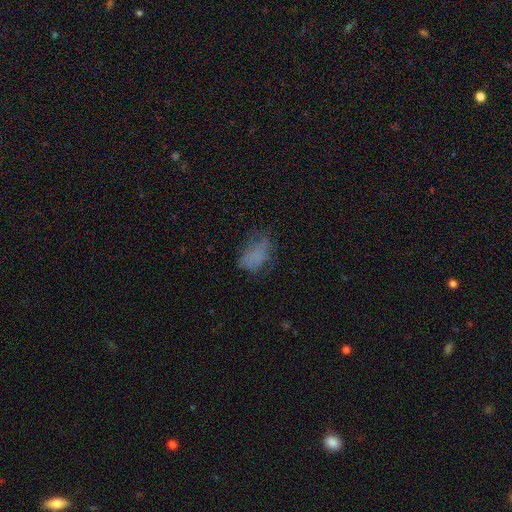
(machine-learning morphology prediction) Smooth or featured?
  - smooth: 58% *
  - featured or disk: 25%
  - star or artifact: 17%
How rounded?
  - in between: 83% *
  - round: 15%
  - cigar-shaped: 2%
Merging?
  - none: 44% *
  - major disturbance: 28%
  - minor disturbance: 26%
  - merger: 2%